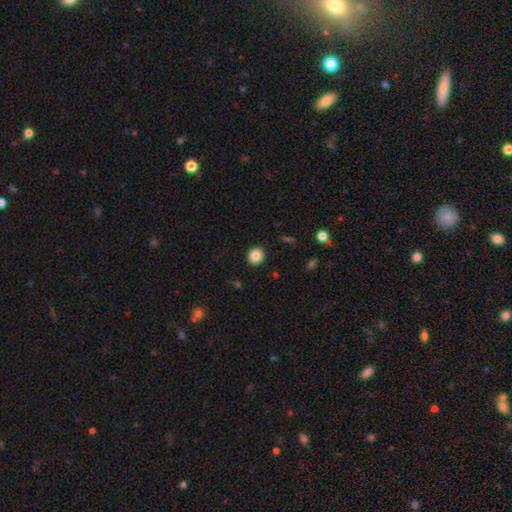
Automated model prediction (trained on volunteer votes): The model was most divided on "how rounded": round: 85%, in between: 14%, cigar-shaped: 1%. More confident: merging — none (92%); smooth or featured — smooth (85%).